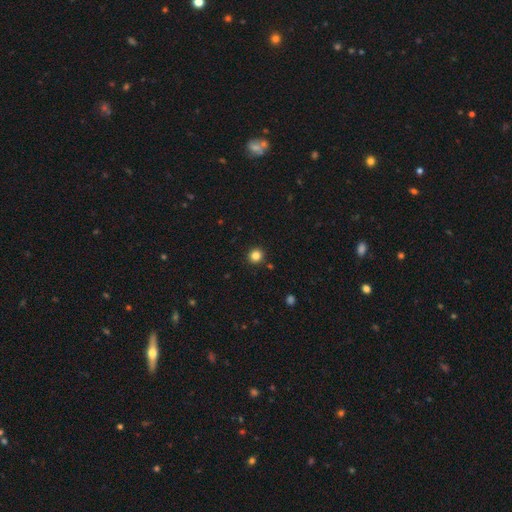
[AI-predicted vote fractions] This is clearly a smooth galaxy (83%). How rounded: clearly round (93%). Merging: clearly none (92%).